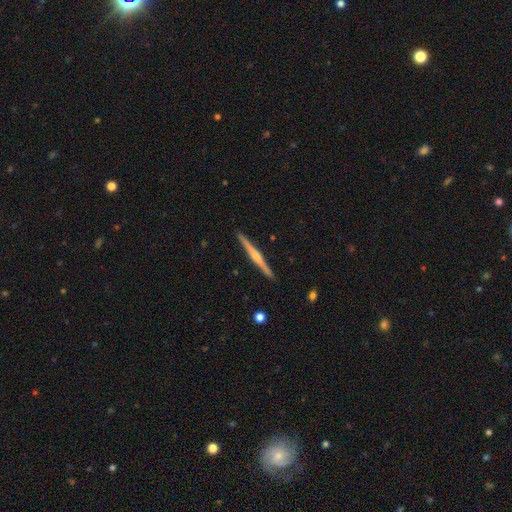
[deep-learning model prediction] Q: Smooth or featured?
A: featured or disk (75%); runner-up: smooth (20%)
Q: Edge-on disk?
A: yes (98%); runner-up: no (2%)
Q: Edge-on bulge?
A: rounded (74%); runner-up: none (15%)
Q: Merging?
A: none (92%); runner-up: minor disturbance (6%)